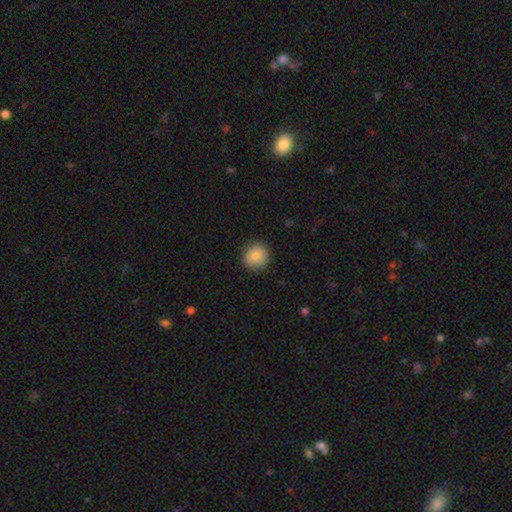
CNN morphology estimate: smooth-or-featured: smooth: 88% | star or artifact: 8% | featured or disk: 4%
  how-rounded: round: 90% | in between: 9% | cigar-shaped: 1%
  merging: none: 88% | minor disturbance: 9% | major disturbance: 2% | merger: 1%